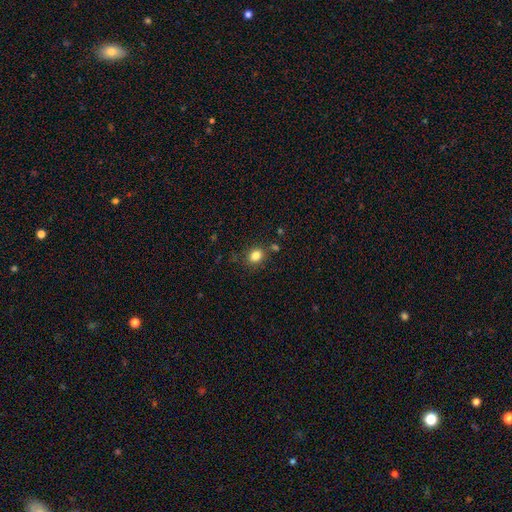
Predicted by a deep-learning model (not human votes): Overall: smooth (83%). How rounded: round (61%; in between 38%). Merging: none (81%).